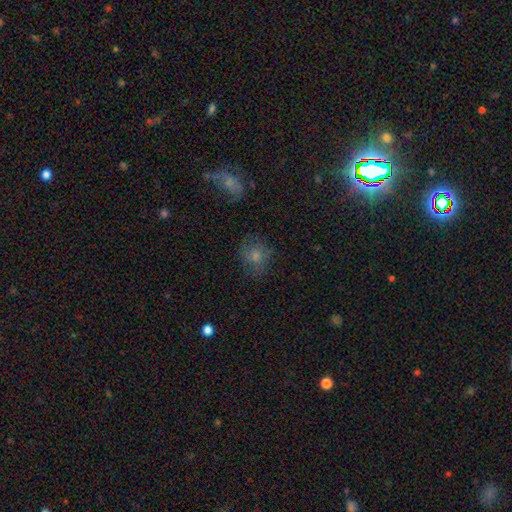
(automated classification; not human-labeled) Smooth or featured? Predicted: smooth (p=0.69). How rounded? Predicted: round (p=0.67). Merging? Predicted: none (p=0.63).